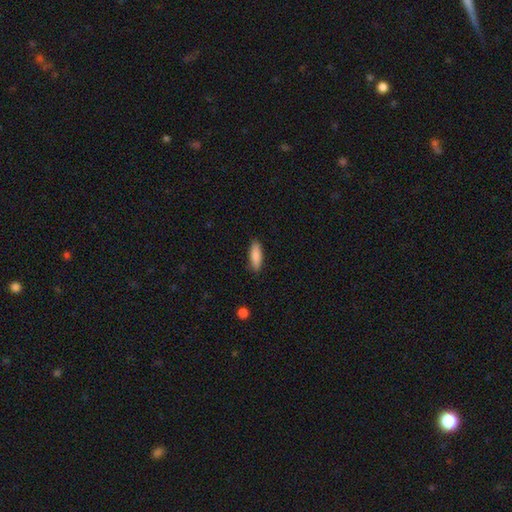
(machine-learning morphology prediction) smooth 88%, featured or disk 6%, star or artifact 6%. Down the decision tree: how rounded — in between (50%); merging — none (88%).